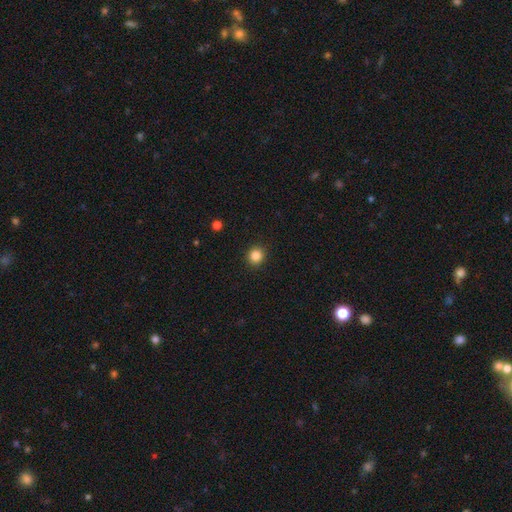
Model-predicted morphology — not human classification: smooth-or-featured: smooth: 84% | star or artifact: 11% | featured or disk: 4%
  how-rounded: round: 91% | in between: 8% | cigar-shaped: 1%
  merging: none: 92% | minor disturbance: 5% | major disturbance: 2% | merger: 1%